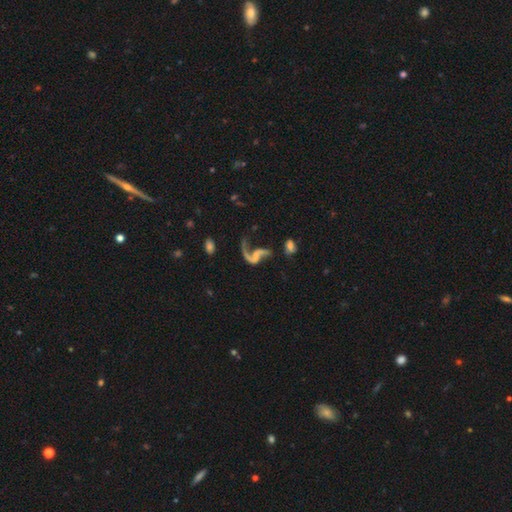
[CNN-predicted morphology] type=featured or disk (82%); edge-on=no (97%); bar=no (48%); spiral arms=yes (89%); winding=loose (87%); arm count=2 (70%); bulge=none (59%); merging=none (43%).